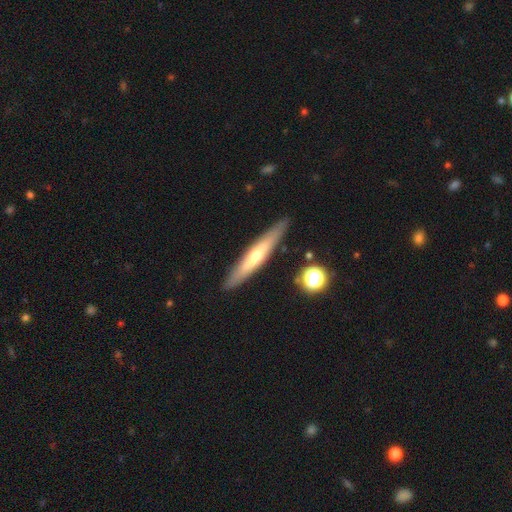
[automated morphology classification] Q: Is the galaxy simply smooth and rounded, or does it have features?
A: featured or disk — 55%.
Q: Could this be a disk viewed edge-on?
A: yes — 89%.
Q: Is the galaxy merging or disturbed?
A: none — 89%.